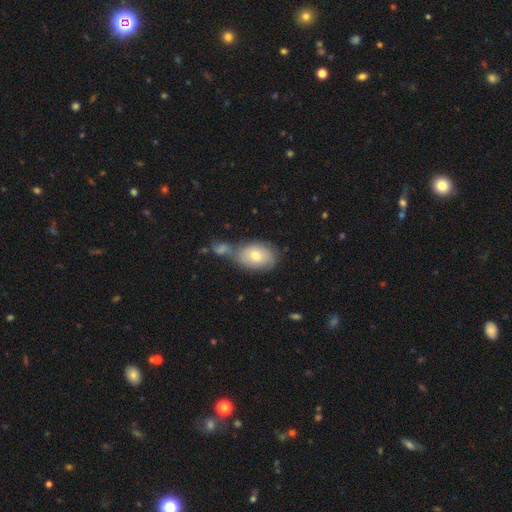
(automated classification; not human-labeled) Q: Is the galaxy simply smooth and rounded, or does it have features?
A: smooth — 69%.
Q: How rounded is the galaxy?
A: in between — 76%.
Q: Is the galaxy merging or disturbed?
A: none — 48%.